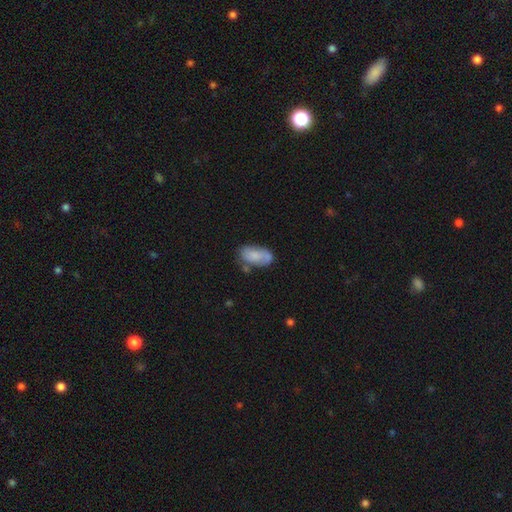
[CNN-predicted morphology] A smooth galaxy with no disk features (67%) that is in between round and cigar-shaped (93%). Merging: none (47%).